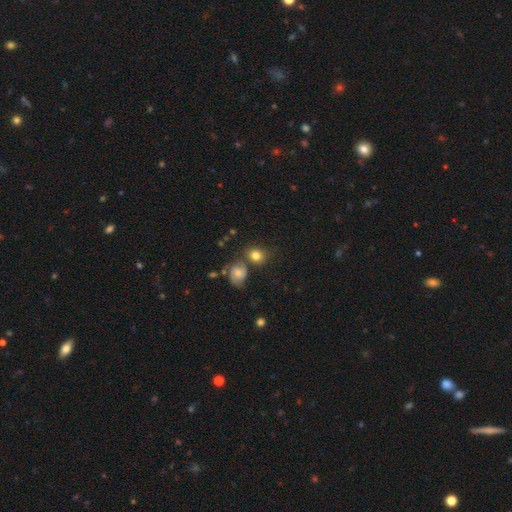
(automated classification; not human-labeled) Smooth or featured?
  - smooth: 77% *
  - featured or disk: 13%
  - star or artifact: 10%
How rounded?
  - round: 68% *
  - in between: 31%
  - cigar-shaped: 1%
Merging?
  - none: 59% *
  - merger: 20%
  - minor disturbance: 15%
  - major disturbance: 5%